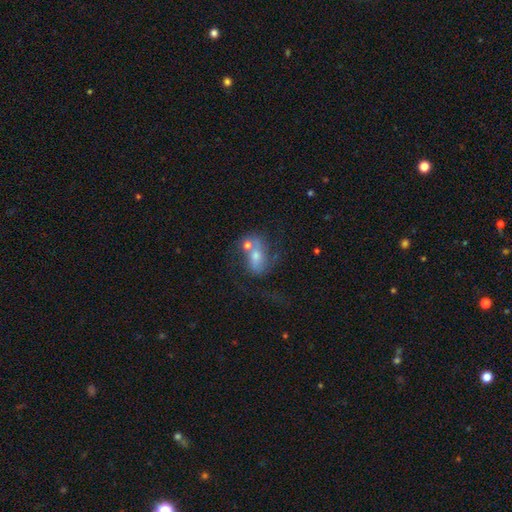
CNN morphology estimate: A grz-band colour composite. It shows a featured or disk galaxy (56%) with no bar (59%), spiral arms (68%) and a moderate central bulge (52%). Merging: none (34%).